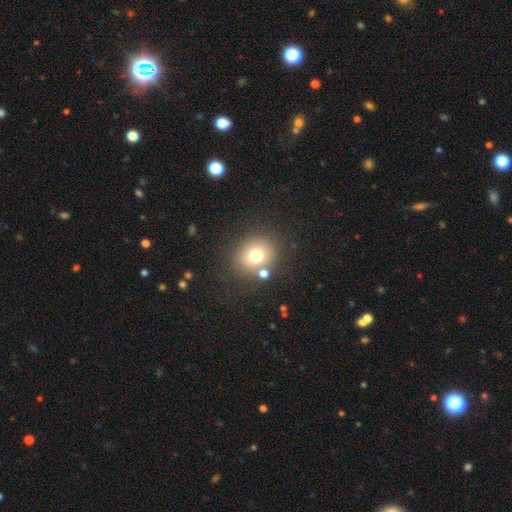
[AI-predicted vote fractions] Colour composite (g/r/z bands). It shows a smooth galaxy with no disk features (73%) that is round (75%). Merging: none (75%).